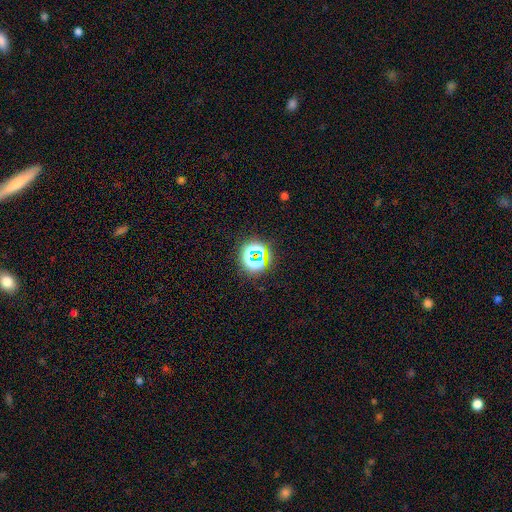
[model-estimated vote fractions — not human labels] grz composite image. It shows a star or artifact, not a galaxy (69%).